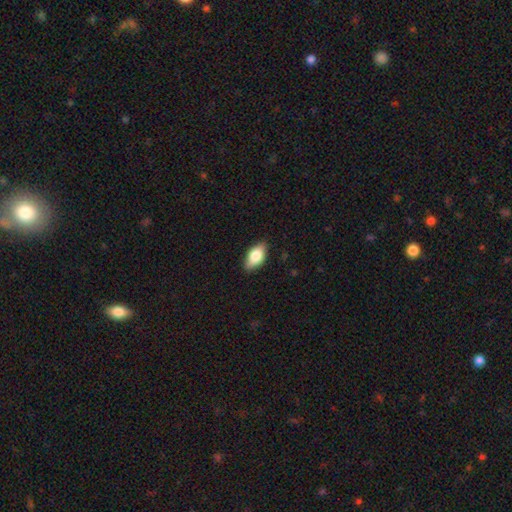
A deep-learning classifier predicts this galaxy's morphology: Smooth or featured: smooth — 78% (featured or disk — 15%)
How rounded: in between — 90% (cigar-shaped — 5%)
Merging: none — 86% (minor disturbance — 11%)